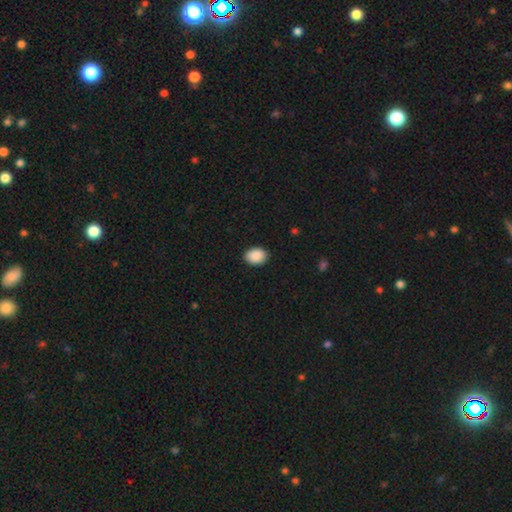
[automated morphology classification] Smooth or featured: smooth — 90% (star or artifact — 7%)
How rounded: in between — 69% (round — 30%)
Merging: none — 89% (minor disturbance — 8%)